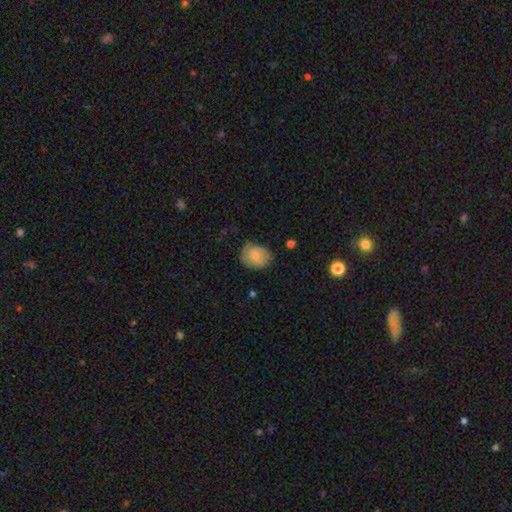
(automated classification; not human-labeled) A smooth galaxy with no disk features (76%) that is in between round and cigar-shaped (51%). Merging: none (66%).